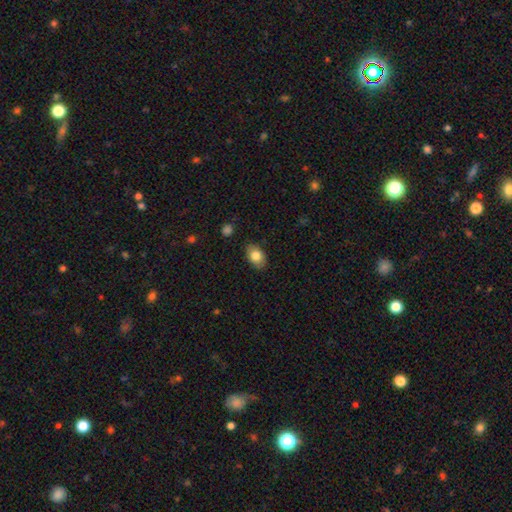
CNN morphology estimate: Smooth or featured? Predicted: smooth (p=0.81). How rounded? Predicted: in between (p=0.84). Merging? Predicted: none (p=0.86).